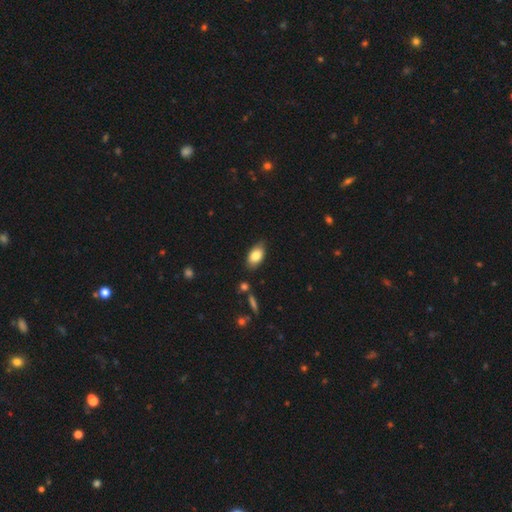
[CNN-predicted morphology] smooth 83%, featured or disk 10%, star or artifact 7%. Down the decision tree: how rounded — in between (91%); merging — none (79%).